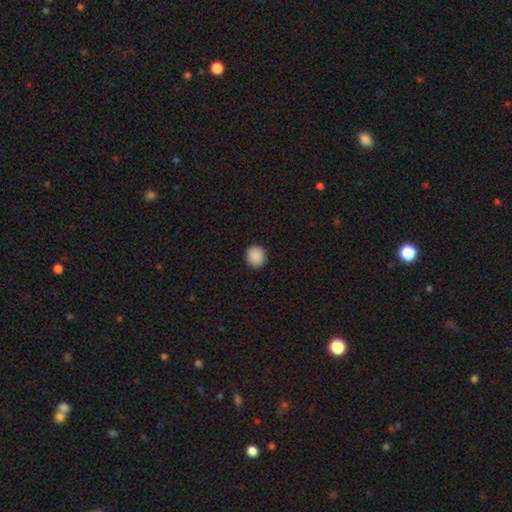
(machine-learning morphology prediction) A smooth galaxy with no disk features (89%) that is round (83%).

Vote fractions:
- Smooth or featured? smooth: 89% / star or artifact: 9% / featured or disk: 2%
- How rounded? round: 83% / in between: 16% / cigar-shaped: 1%
- Merging? none: 91% / minor disturbance: 6% / major disturbance: 2% / merger: 1%